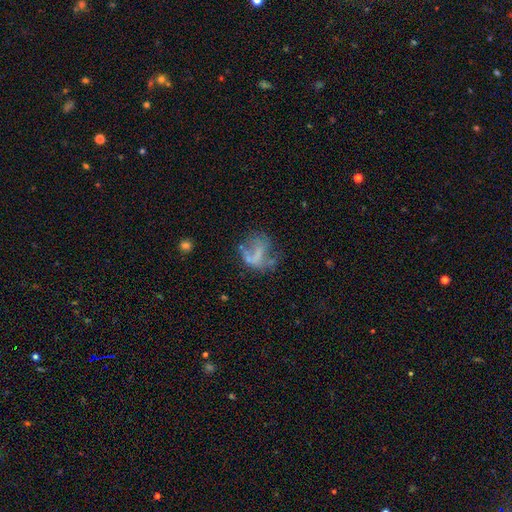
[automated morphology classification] Smooth or featured? Predicted: featured or disk (p=0.46). Merging? Predicted: major disturbance (p=0.36).